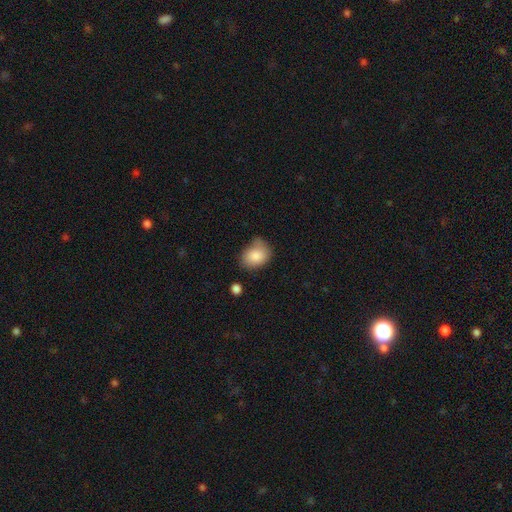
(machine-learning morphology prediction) A smooth galaxy with no disk features (84%) that is in between round and cigar-shaped (62%).

Vote fractions:
- Smooth or featured? smooth: 84% / featured or disk: 9% / star or artifact: 8%
- How rounded? in between: 62% / round: 37% / cigar-shaped: 1%
- Merging? none: 54% / minor disturbance: 32% / major disturbance: 8% / merger: 5%